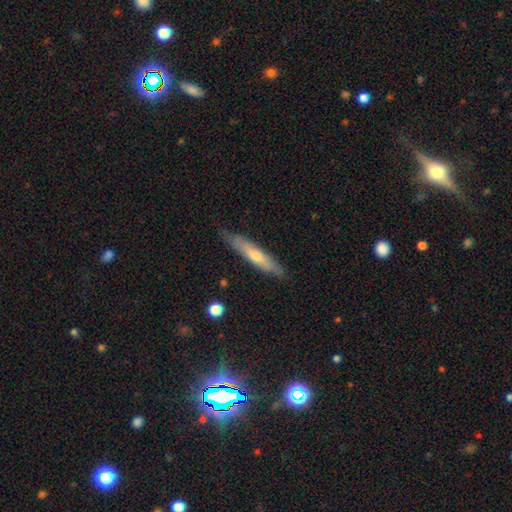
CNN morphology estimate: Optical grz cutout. It shows a smooth galaxy with no disk features (52%) that is cigar-shaped (87%). Merging: none (78%).